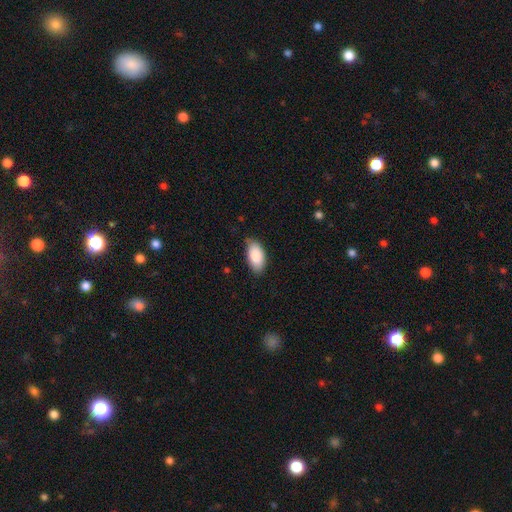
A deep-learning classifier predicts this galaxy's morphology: Overall: smooth (87%). How rounded: in between (94%). Merging: none (74%).